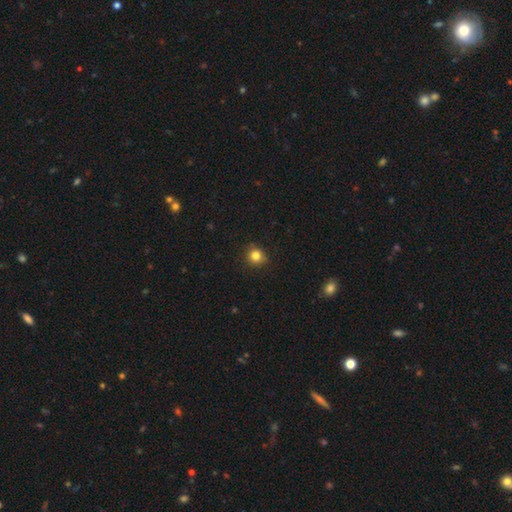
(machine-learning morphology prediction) A smooth galaxy with no disk features (82%) that is round (90%).

Vote fractions:
- Smooth or featured? smooth: 82% / star or artifact: 13% / featured or disk: 5%
- How rounded? round: 90% / in between: 9% / cigar-shaped: 1%
- Merging? none: 86% / minor disturbance: 11% / major disturbance: 2% / merger: 1%